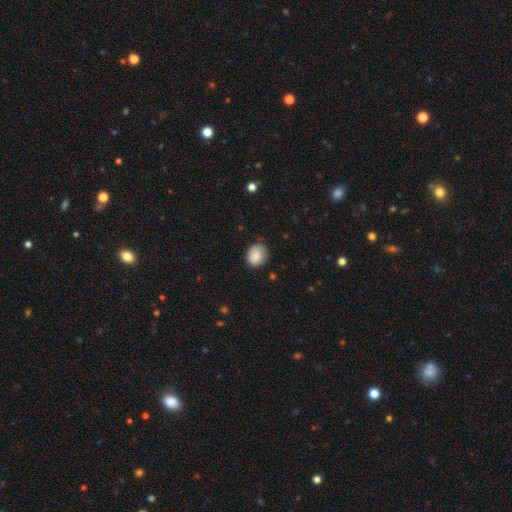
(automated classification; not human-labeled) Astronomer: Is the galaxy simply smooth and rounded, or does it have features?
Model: smooth — 84%.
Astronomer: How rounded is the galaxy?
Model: round — 64%.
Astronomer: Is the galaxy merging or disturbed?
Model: none — 71%.